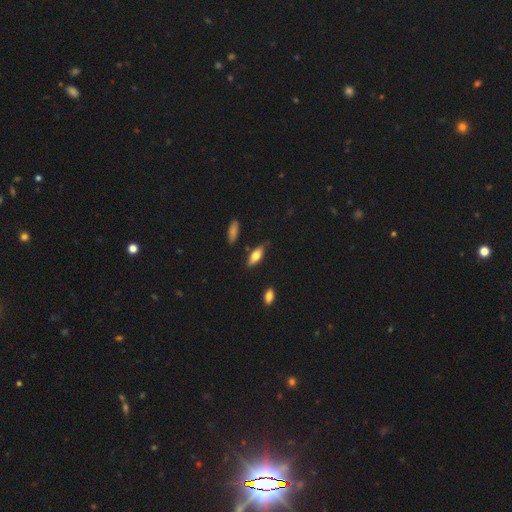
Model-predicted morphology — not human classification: Overall: smooth (67%). How rounded: in between (73%). Merging: none (75%).